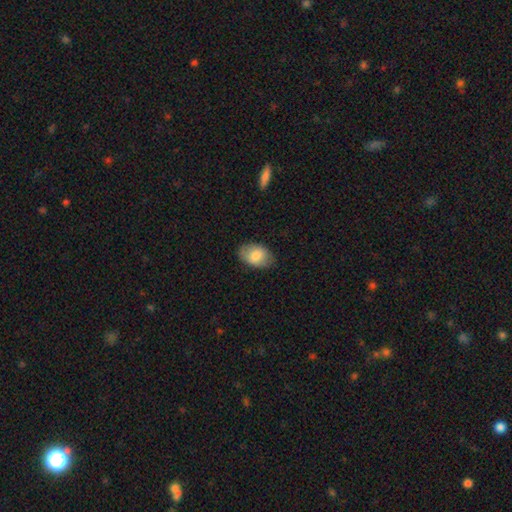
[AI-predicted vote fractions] Smooth or featured? smooth (81%)
How rounded? in between (88%)
Merging? none (80%)